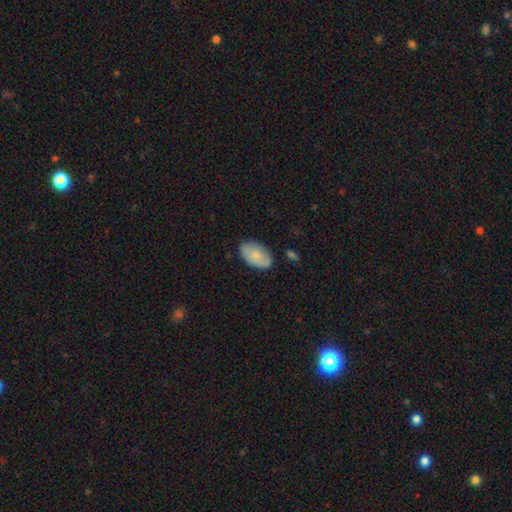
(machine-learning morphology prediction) smooth_or_featured: smooth (p=0.74) [alt: featured or disk p=0.20]
how_rounded: in between (p=0.93) [alt: round p=0.06]
merging: none (p=0.77) [alt: minor disturbance p=0.18]